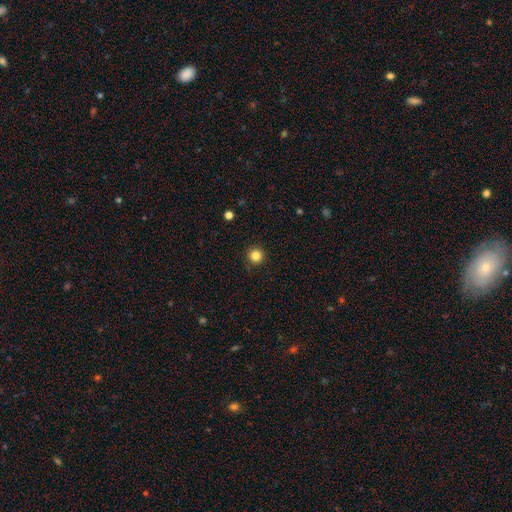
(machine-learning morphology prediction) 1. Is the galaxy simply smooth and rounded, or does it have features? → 84% smooth, 12% star or artifact, 5% featured or disk.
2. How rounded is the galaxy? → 96% round, 3% in between, 1% cigar-shaped.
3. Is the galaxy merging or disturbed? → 91% none, 6% minor disturbance, 2% major disturbance, 1% merger.